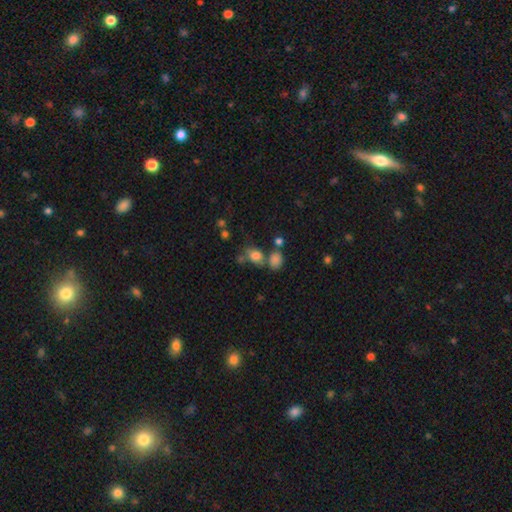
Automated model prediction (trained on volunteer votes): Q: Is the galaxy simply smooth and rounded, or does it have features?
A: smooth — 77%.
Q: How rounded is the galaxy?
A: in between — 56%.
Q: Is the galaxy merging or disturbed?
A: none — 50%.